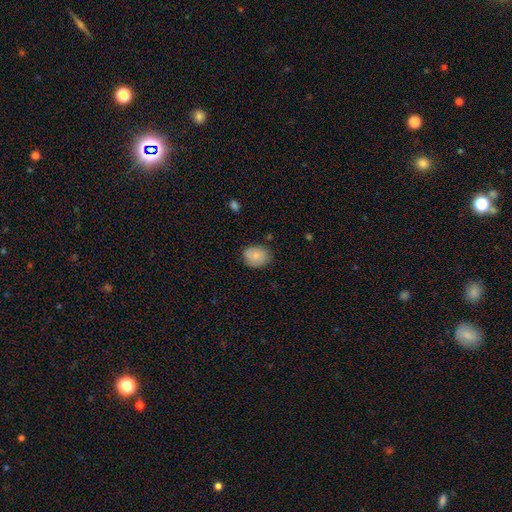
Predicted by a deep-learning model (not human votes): A smooth galaxy with no disk features (81%) that is in between round and cigar-shaped (64%).

Vote fractions:
- Smooth or featured? smooth: 81% / featured or disk: 12% / star or artifact: 7%
- How rounded? in between: 64% / round: 35% / cigar-shaped: 1%
- Merging? none: 76% / minor disturbance: 19% / major disturbance: 3% / merger: 2%